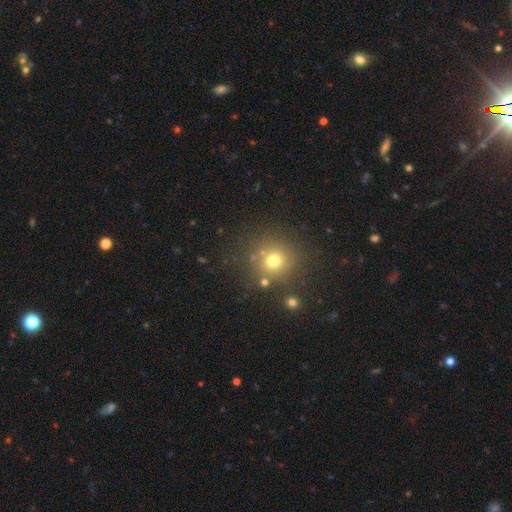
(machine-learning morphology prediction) A smooth galaxy with no disk features (58%) that is round (90%).

Vote fractions:
- Smooth or featured? smooth: 58% / star or artifact: 33% / featured or disk: 9%
- How rounded? round: 90% / in between: 9% / cigar-shaped: 1%
- Merging? none: 81% / minor disturbance: 8% / merger: 7% / major disturbance: 4%